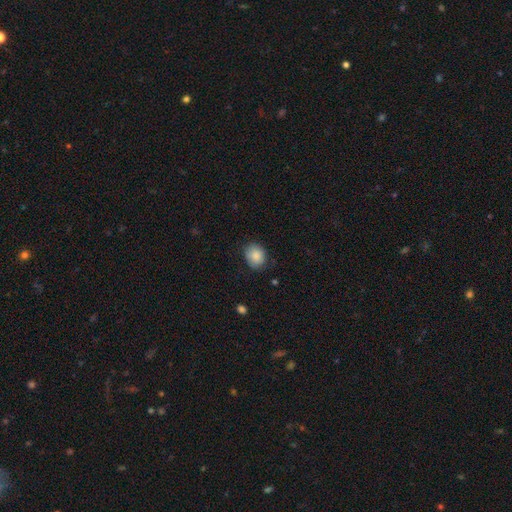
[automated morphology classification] type=smooth (85%); roundness=round (58%); merging=none (76%).